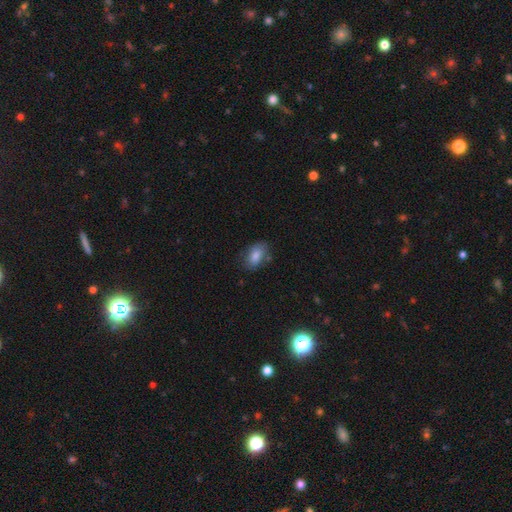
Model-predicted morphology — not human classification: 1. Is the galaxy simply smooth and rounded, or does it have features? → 82% smooth, 10% featured or disk, 8% star or artifact.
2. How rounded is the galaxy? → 89% in between, 8% round, 2% cigar-shaped.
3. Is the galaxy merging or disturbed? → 74% none, 18% minor disturbance, 4% major disturbance, 3% merger.